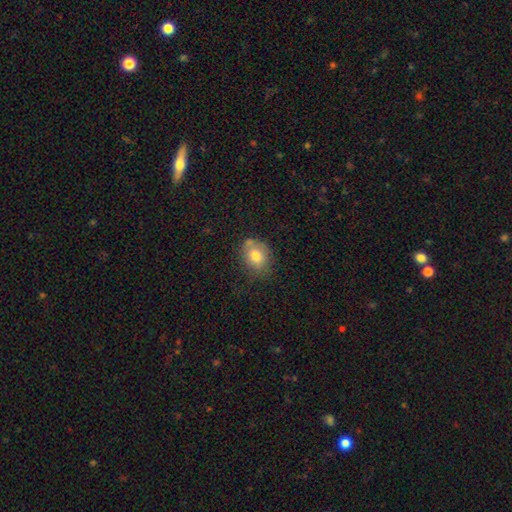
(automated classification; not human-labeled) A smooth galaxy with no disk features (77%) that is round (52%).

Vote fractions:
- Smooth or featured? smooth: 77% / featured or disk: 13% / star or artifact: 10%
- How rounded? round: 52% / in between: 47% / cigar-shaped: 1%
- Merging? none: 62% / minor disturbance: 23% / merger: 8% / major disturbance: 6%